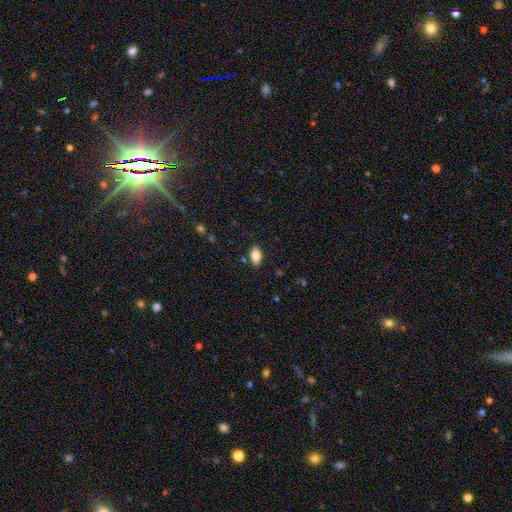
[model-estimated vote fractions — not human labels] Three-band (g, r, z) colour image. It shows a smooth galaxy with no disk features (83%) that is in between round and cigar-shaped (91%). Merging: none (85%).